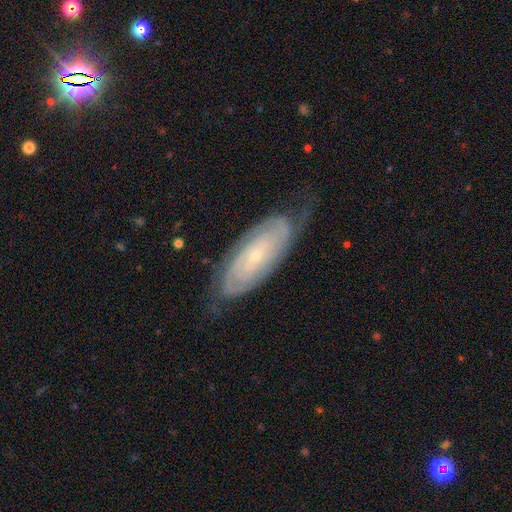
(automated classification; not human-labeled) Smooth or featured? featured or disk (83%)
Edge-on disk? no (91%)
Bar? no (68%)
Spiral arms? yes (95%)
Spiral winding? tight (78%)
Spiral arm count? 2 (41%)
Bulge size? small (81%)
Merging? none (69%)